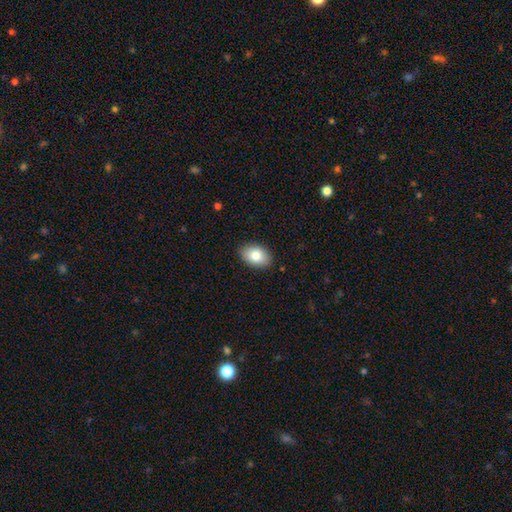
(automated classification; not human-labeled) Smooth or featured? Predicted: smooth (p=0.81). How rounded? Predicted: in between (p=0.86). Merging? Predicted: none (p=0.89).